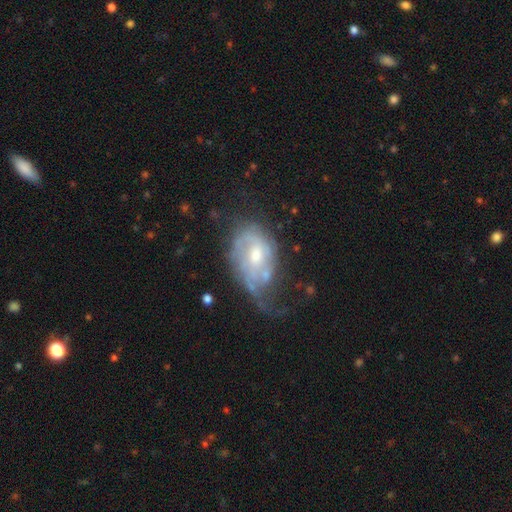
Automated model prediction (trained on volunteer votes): Smooth or featured? featured or disk (74%)
Edge-on disk? no (96%)
Bar? no (56%)
Spiral arms? yes (79%)
Spiral winding? tight (41%)
Spiral arm count? can't tell (35%)
Bulge size? moderate (61%)
Merging? major disturbance (35%)